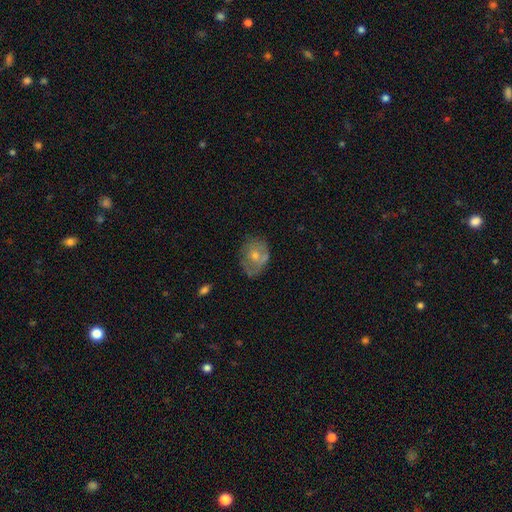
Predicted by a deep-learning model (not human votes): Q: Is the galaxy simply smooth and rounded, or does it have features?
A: featured or disk — 49%.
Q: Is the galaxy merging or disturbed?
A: none — 64%.